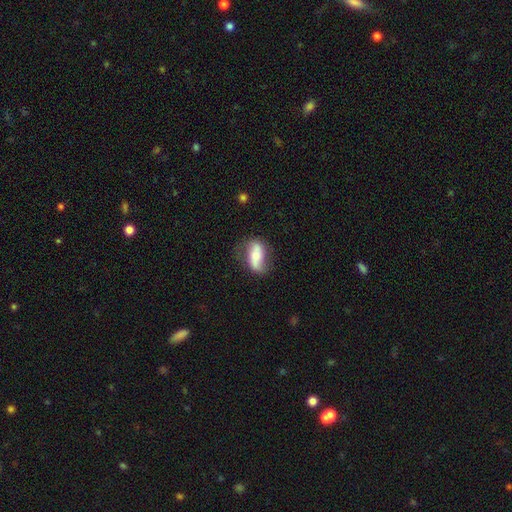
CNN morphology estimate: Q: Smooth or featured?
A: featured or disk (47%); runner-up: smooth (46%)
Q: Merging?
A: none (66%); runner-up: minor disturbance (23%)